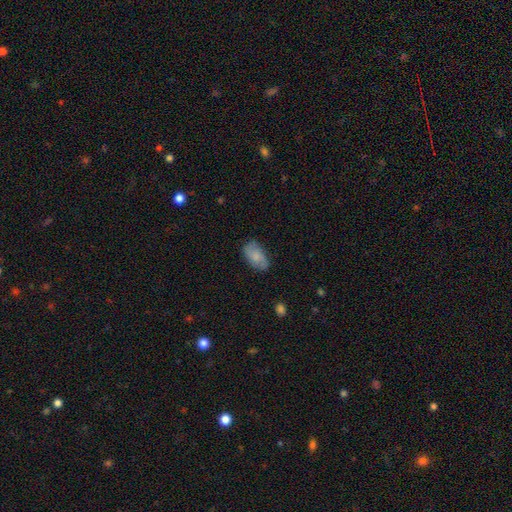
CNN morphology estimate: This is likely a smooth galaxy (72%). How rounded: clearly in between (93%). Merging: likely none (75%).